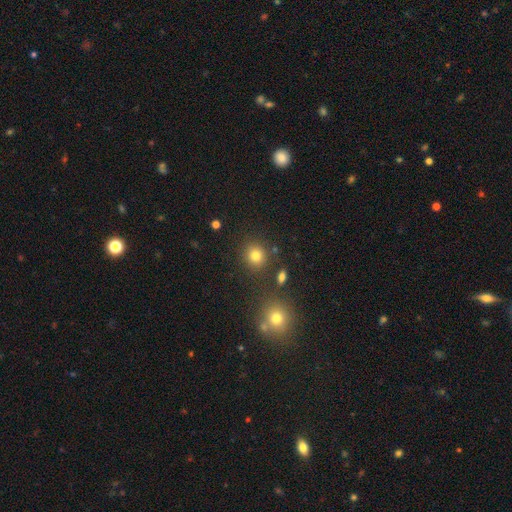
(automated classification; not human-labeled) smooth 78%, star or artifact 15%, featured or disk 7%. Down the decision tree: how rounded — round (85%); merging — none (83%).